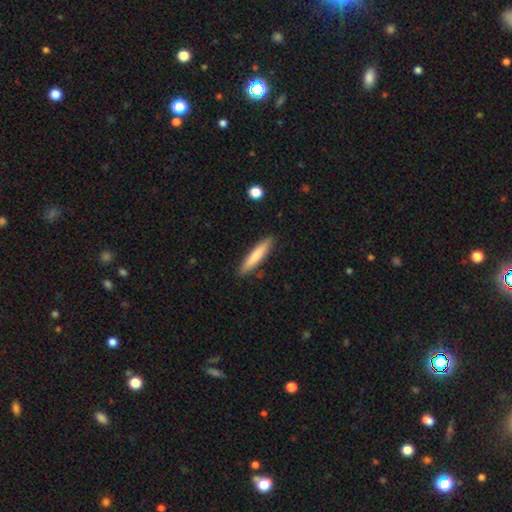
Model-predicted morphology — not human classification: type=smooth (76%); roundness=cigar-shaped (90%); merging=none (88%).